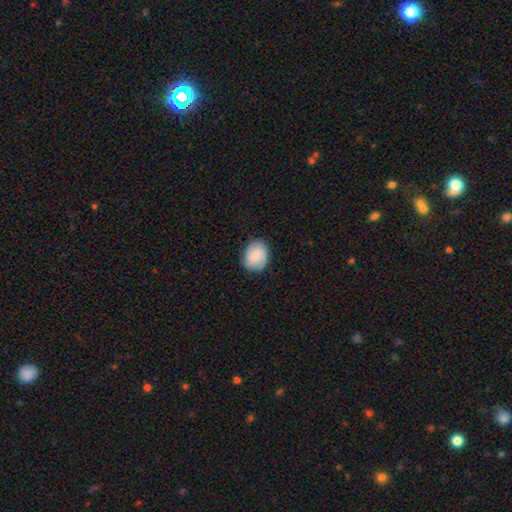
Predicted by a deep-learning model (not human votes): Morphology: type=smooth (71%); roundness=in between (52%); merging=none (83%).